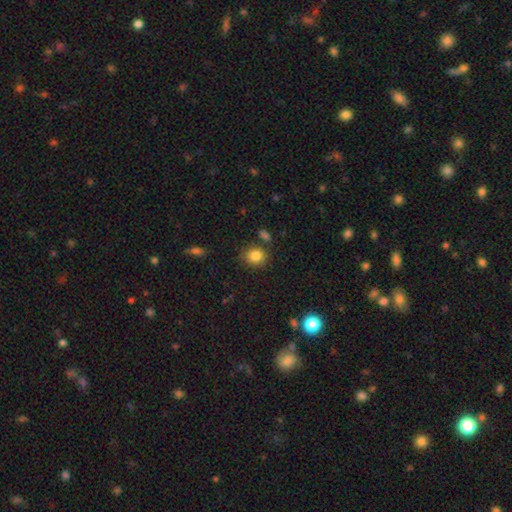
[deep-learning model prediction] smooth_or_featured: smooth (p=0.85) [alt: star or artifact p=0.10]
how_rounded: round (p=0.74) [alt: in between p=0.25]
merging: none (p=0.77) [alt: minor disturbance p=0.13]